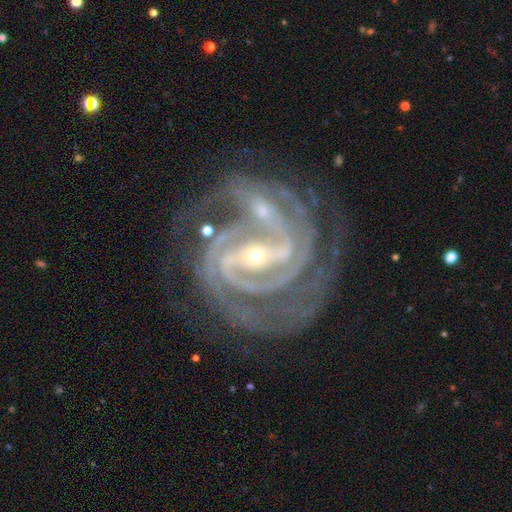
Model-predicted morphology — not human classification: Smooth or featured? Predicted: featured or disk (p=0.93). Edge-on disk? Predicted: no (p=0.97). Bar? Predicted: strong (p=0.67). Spiral arms? Predicted: yes (p=0.99). Spiral winding? Predicted: tight (p=0.72). Spiral arm count? Predicted: 2 (p=0.33). Bulge size? Predicted: small (p=0.73). Merging? Predicted: none (p=0.57).